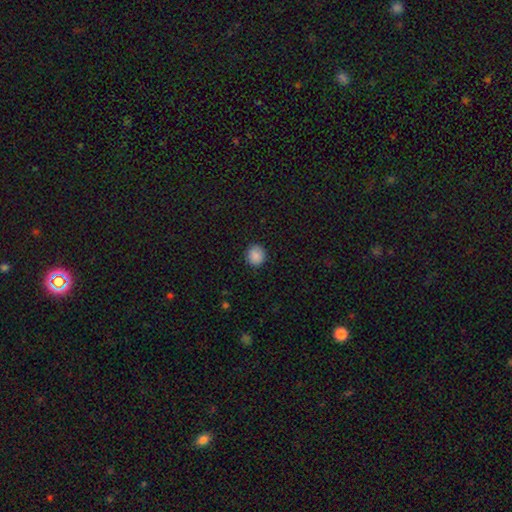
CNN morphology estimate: smooth_or_featured: smooth (p=0.88) [alt: star or artifact p=0.09]
how_rounded: round (p=0.86) [alt: in between p=0.13]
merging: none (p=0.89) [alt: minor disturbance p=0.08]